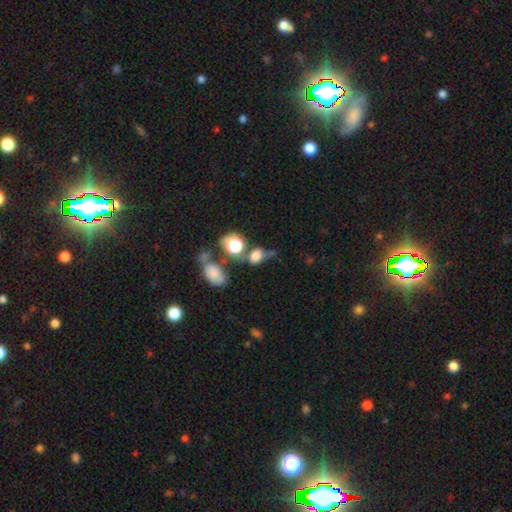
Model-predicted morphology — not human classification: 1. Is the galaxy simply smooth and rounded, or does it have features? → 66% smooth, 19% star or artifact, 15% featured or disk.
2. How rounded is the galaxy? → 57% in between, 40% round, 3% cigar-shaped.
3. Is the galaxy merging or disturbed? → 37% none, 26% merger, 20% minor disturbance, 17% major disturbance.